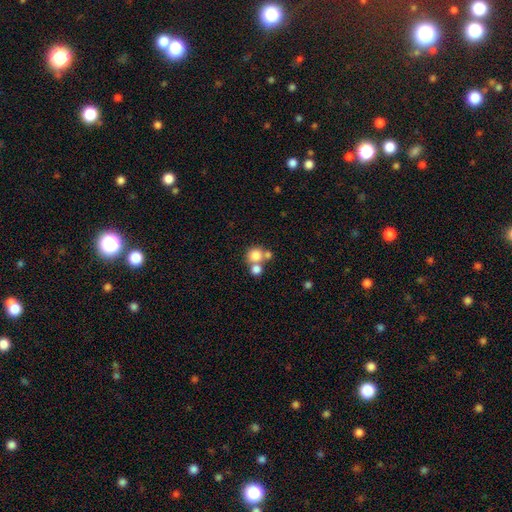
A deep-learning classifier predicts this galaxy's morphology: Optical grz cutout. It shows a smooth galaxy with no disk features (77%) that is round (86%). Merging: merger (46%).